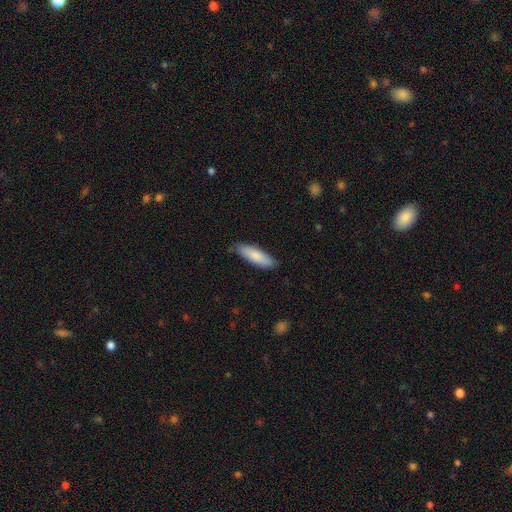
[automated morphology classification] Overall: smooth (83%). How rounded: cigar-shaped (52%; in between 46%). Merging: none (81%).